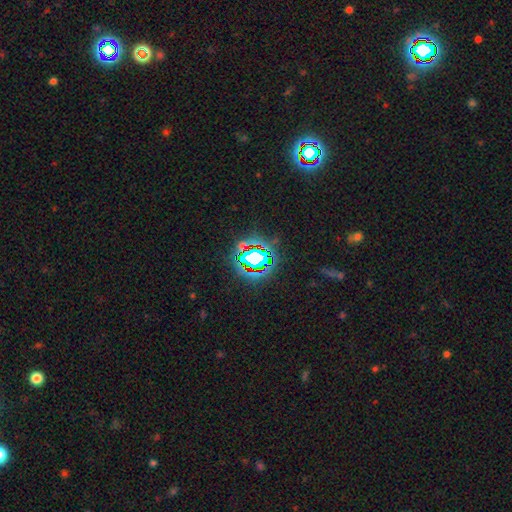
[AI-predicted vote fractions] Smooth or featured? Predicted: star or artifact (p=0.69).